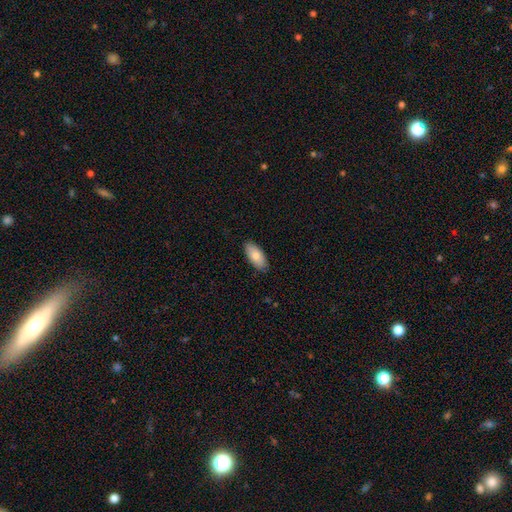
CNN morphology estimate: A smooth galaxy with no disk features (82%) that is in between round and cigar-shaped (90%). Merging: none (87%).